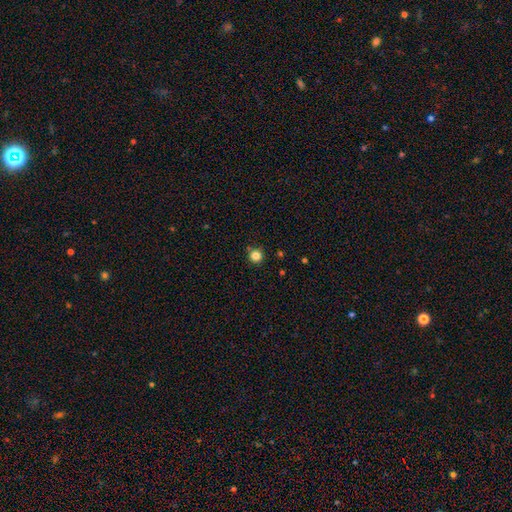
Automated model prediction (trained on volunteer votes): Smooth or featured? smooth (83%)
How rounded? round (95%)
Merging? none (87%)